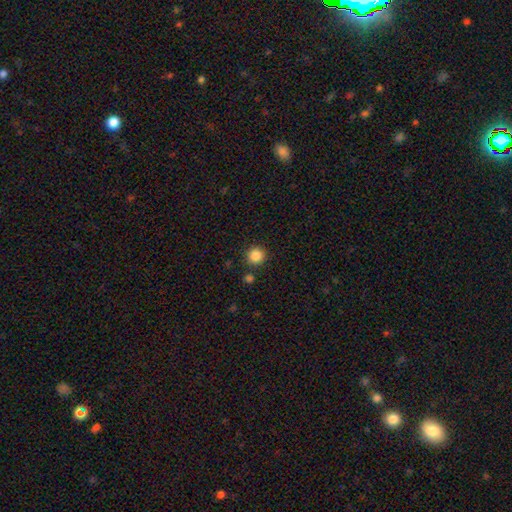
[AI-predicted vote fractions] smooth_or_featured: smooth (p=0.86) [alt: star or artifact p=0.10]
how_rounded: round (p=0.94) [alt: in between p=0.05]
merging: none (p=0.89) [alt: minor disturbance p=0.06]